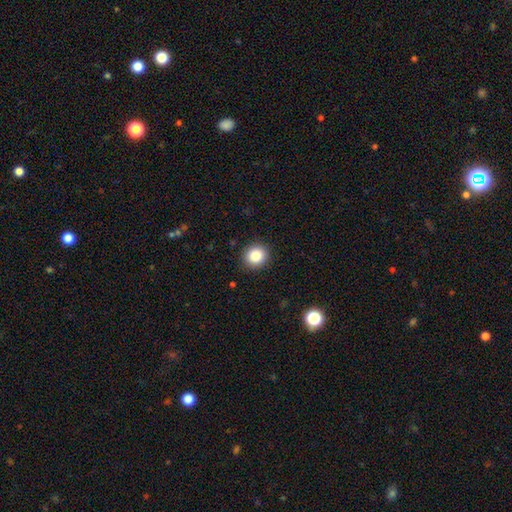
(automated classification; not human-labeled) A smooth galaxy with no disk features (85%) that is round (88%).

Vote fractions:
- Smooth or featured? smooth: 85% / star or artifact: 10% / featured or disk: 5%
- How rounded? round: 88% / in between: 11% / cigar-shaped: 1%
- Merging? none: 90% / minor disturbance: 7% / major disturbance: 2% / merger: 1%